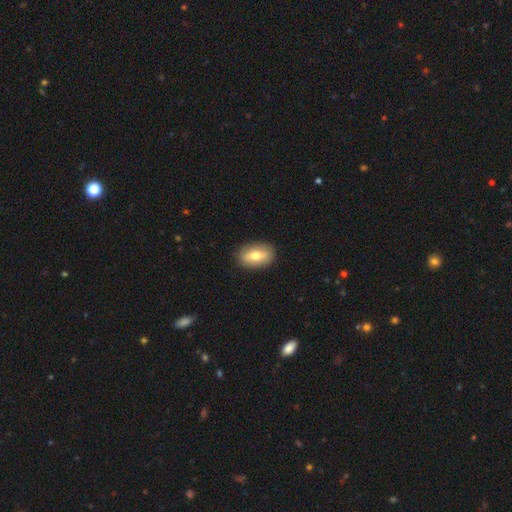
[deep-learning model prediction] A smooth galaxy with no disk features (68%) that is in between round and cigar-shaped (86%). Merging: none (88%).